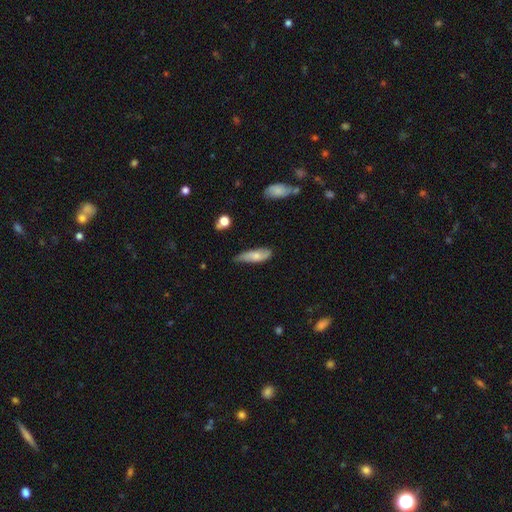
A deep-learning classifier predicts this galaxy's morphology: A smooth galaxy with no disk features (67%) that is in between round and cigar-shaped (52%).

Vote fractions:
- Smooth or featured? smooth: 67% / featured or disk: 27% / star or artifact: 7%
- How rounded? in between: 52% / cigar-shaped: 46% / round: 2%
- Merging? none: 48% / minor disturbance: 41% / major disturbance: 8% / merger: 2%